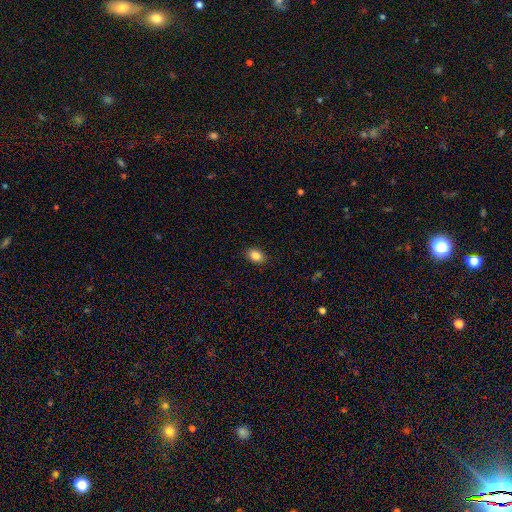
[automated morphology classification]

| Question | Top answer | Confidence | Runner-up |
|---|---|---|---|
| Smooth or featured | smooth | 87% | star or artifact (9%) |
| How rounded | in between | 81% | round (18%) |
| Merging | none | 89% | minor disturbance (8%) |